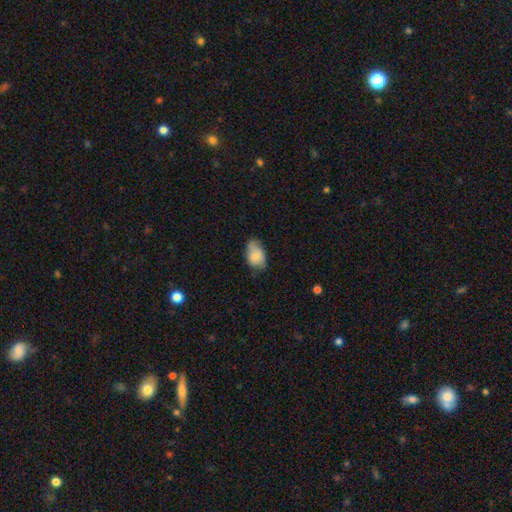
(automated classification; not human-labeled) Overall: smooth (76%). How rounded: in between (89%). Merging: none (57%; minor disturbance 33%).